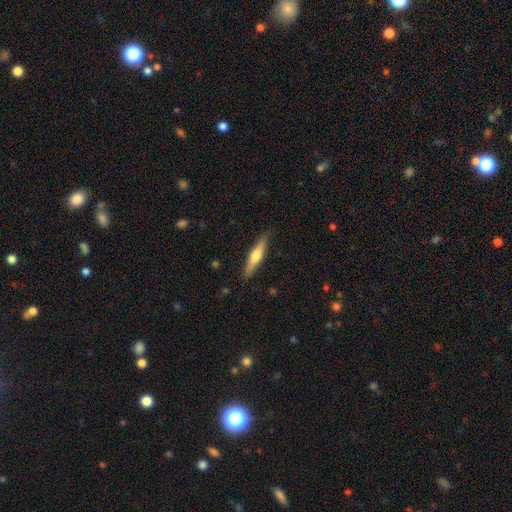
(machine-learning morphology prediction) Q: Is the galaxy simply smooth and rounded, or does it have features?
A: featured or disk — 51%.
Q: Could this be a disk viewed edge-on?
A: yes — 95%.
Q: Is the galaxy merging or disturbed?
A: none — 85%.